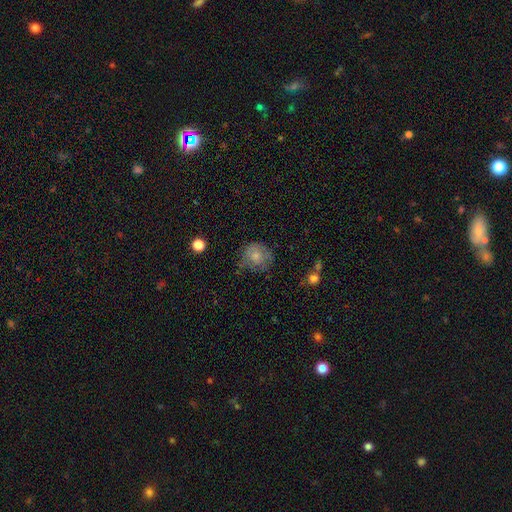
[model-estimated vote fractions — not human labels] A smooth galaxy with no disk features (72%) that is round (79%). Merging: none (57%).